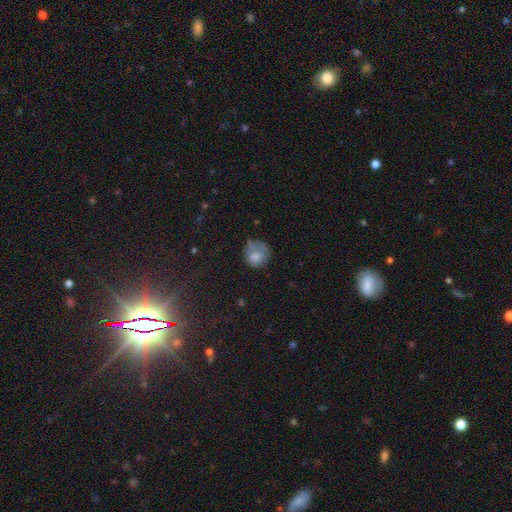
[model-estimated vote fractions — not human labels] This appears to be a smooth galaxy with no disk features (73%) that is round (80%). Merging: none (47%).